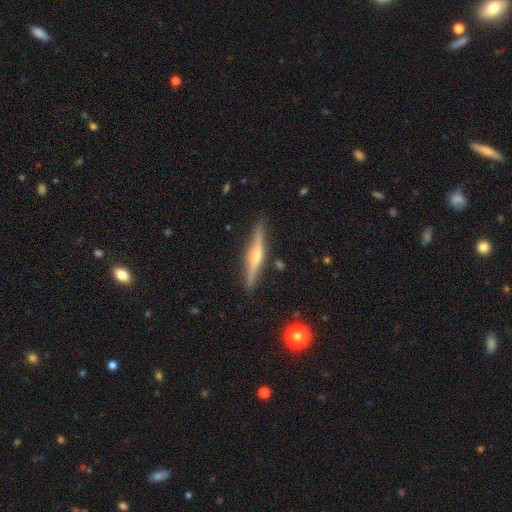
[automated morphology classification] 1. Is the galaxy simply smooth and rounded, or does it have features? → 73% featured or disk, 22% smooth, 6% star or artifact.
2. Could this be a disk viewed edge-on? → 97% yes, 3% no.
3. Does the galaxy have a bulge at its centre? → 89% rounded, 6% boxy, 5% none.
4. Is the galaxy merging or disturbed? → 88% none, 9% minor disturbance, 2% major disturbance, 2% merger.